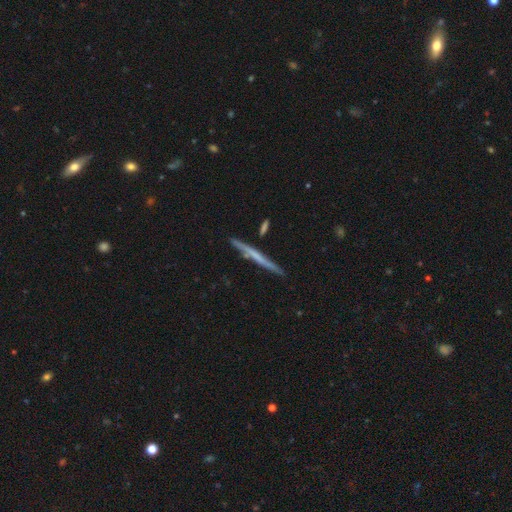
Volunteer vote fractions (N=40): featured or disk 68%, smooth 32%, star or artifact 0%. Down the decision tree: edge-on disk — yes (100%); edge-on bulge — none (89%); merging — none (78%).